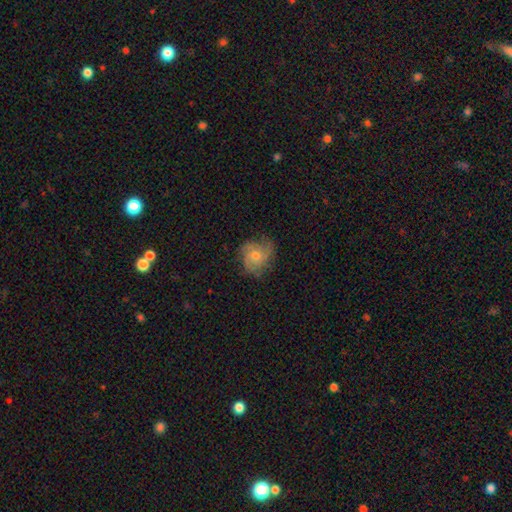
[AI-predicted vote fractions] smooth_or_featured: featured or disk (p=0.68) [alt: smooth p=0.24]
disk_edge_on: no (p=0.97) [alt: yes p=0.03]
bar: no (p=0.78) [alt: weak p=0.19]
has_spiral_arms: yes (p=0.91) [alt: no p=0.09]
spiral_winding: tight (p=0.44) [alt: medium p=0.42]
spiral_arm_count: 3 (p=0.39) [alt: can't tell p=0.21]
bulge_size: moderate (p=0.59) [alt: small p=0.36]
merging: none (p=0.73) [alt: minor disturbance p=0.19]